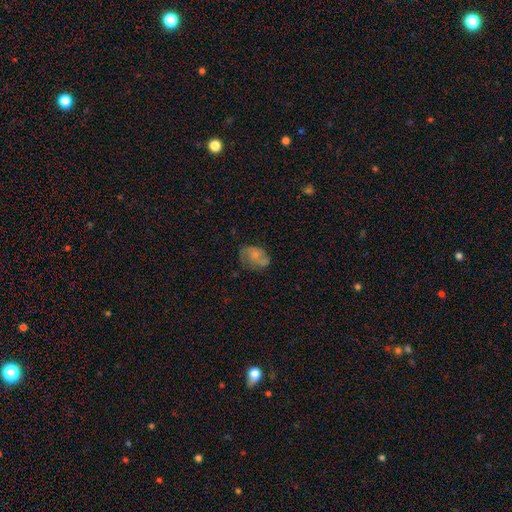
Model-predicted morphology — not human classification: smooth 56%, featured or disk 35%, star or artifact 10%. Down the decision tree: how rounded — in between (79%); merging — none (55%).